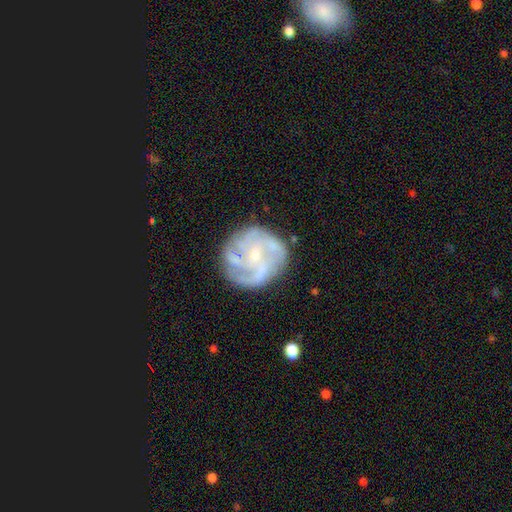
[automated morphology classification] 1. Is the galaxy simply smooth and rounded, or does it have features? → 79% featured or disk, 14% smooth, 8% star or artifact.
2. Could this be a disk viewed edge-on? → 98% no, 2% yes.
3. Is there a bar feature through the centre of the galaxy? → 64% no, 30% weak, 6% strong.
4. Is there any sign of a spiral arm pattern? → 88% yes, 12% no.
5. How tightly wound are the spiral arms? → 48% tight, 36% medium, 16% loose.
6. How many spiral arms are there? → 31% 4, 29% can't tell, 18% 3, 9% more than 4, 8% 2, 6% 1.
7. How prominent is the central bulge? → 66% small, 23% moderate, 9% none, 2% large, 1% dominant.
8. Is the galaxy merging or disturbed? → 74% none, 16% minor disturbance, 8% major disturbance, 2% merger.